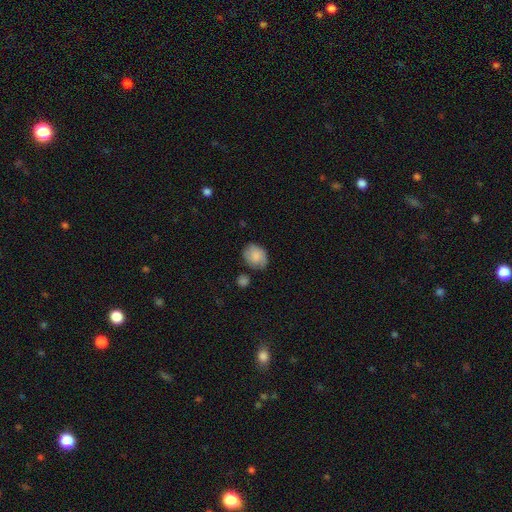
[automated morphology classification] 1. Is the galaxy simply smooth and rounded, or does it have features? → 78% smooth, 14% featured or disk, 7% star or artifact.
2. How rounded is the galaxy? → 54% in between, 45% round, 1% cigar-shaped.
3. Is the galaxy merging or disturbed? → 66% none, 24% minor disturbance, 6% major disturbance, 5% merger.